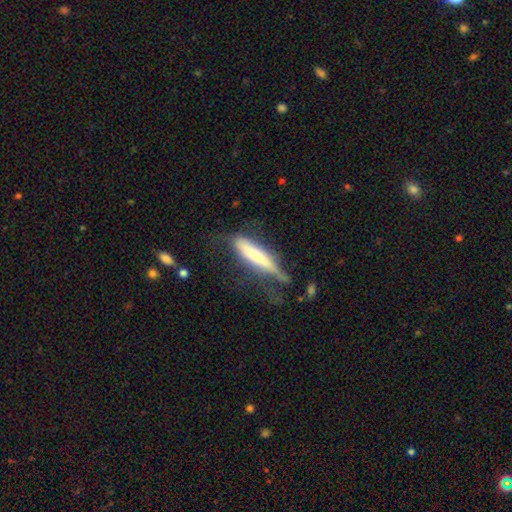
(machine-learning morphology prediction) A smooth galaxy with no disk features (57%) that is cigar-shaped (81%).

Vote fractions:
- Smooth or featured? smooth: 57% / featured or disk: 37% / star or artifact: 6%
- How rounded? cigar-shaped: 81% / in between: 17% / round: 1%
- Merging? none: 34% / major disturbance: 33% / minor disturbance: 29% / merger: 5%